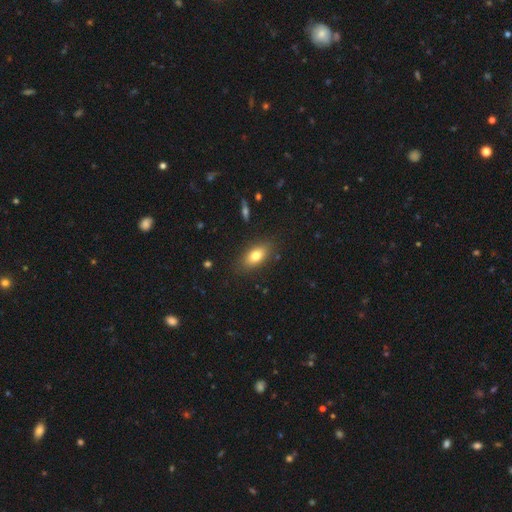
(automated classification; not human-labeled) Q: Smooth or featured?
A: smooth (77%); runner-up: featured or disk (14%)
Q: How rounded?
A: in between (86%); runner-up: round (8%)
Q: Merging?
A: none (84%); runner-up: minor disturbance (11%)